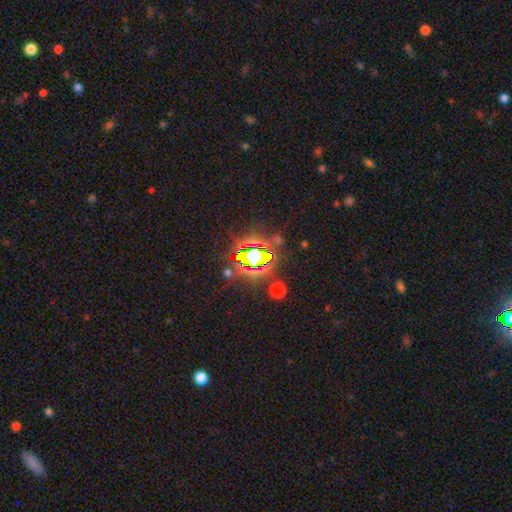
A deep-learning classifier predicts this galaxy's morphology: A star or artifact, not a galaxy (75%).